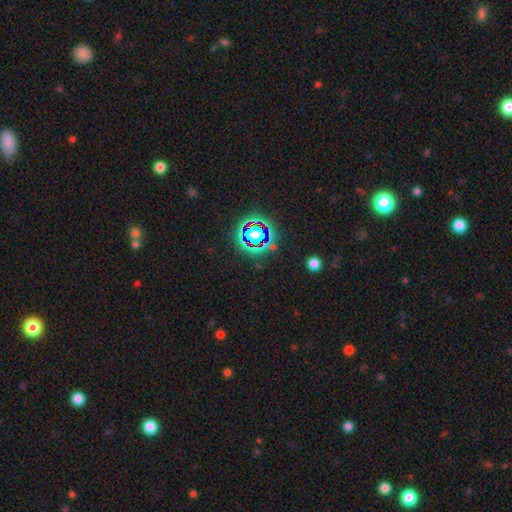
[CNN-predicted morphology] smooth_or_featured: star or artifact (p=0.79) [alt: smooth p=0.13]